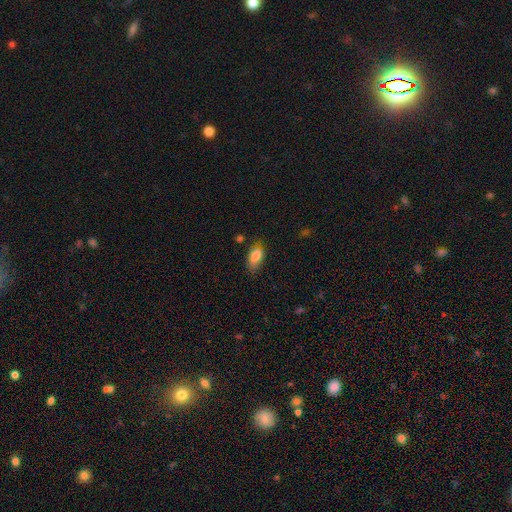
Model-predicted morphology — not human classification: Q: Smooth or featured?
A: smooth (83%); runner-up: featured or disk (10%)
Q: How rounded?
A: in between (89%); runner-up: cigar-shaped (7%)
Q: Merging?
A: none (72%); runner-up: minor disturbance (21%)